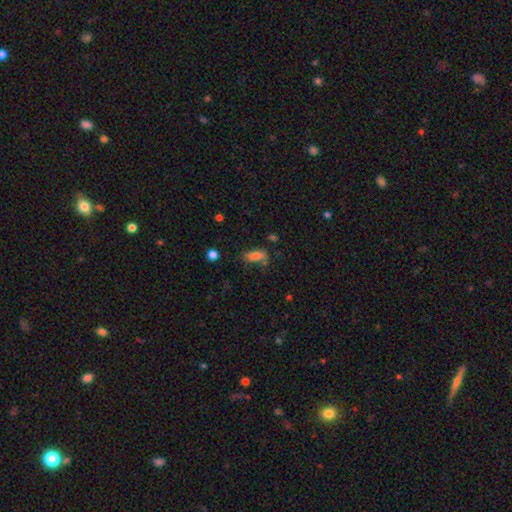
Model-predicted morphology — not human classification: A smooth galaxy with no disk features (79%) that is in between round and cigar-shaped (74%). Merging: none (62%).